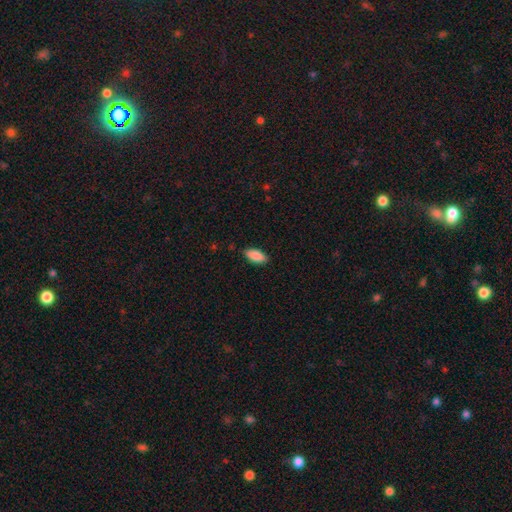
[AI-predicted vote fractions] Q: Smooth or featured?
A: smooth (88%); runner-up: star or artifact (6%)
Q: How rounded?
A: in between (89%); runner-up: cigar-shaped (9%)
Q: Merging?
A: none (87%); runner-up: minor disturbance (10%)